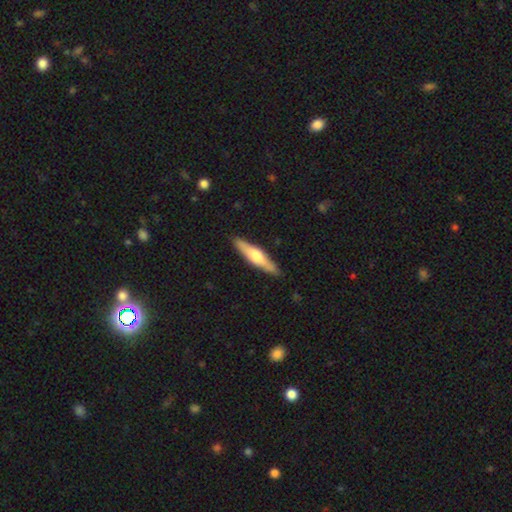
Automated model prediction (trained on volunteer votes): Smooth or featured: featured or disk — 55% (smooth — 41%)
Edge-on disk: yes — 95% (no — 5%)
Edge-on bulge: rounded — 86% (boxy — 9%)
Merging: none — 90% (minor disturbance — 8%)